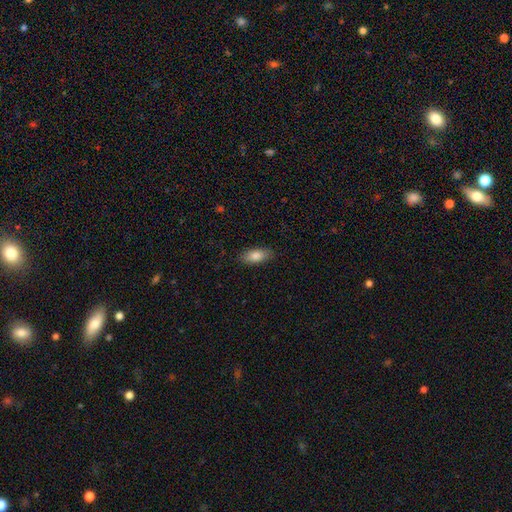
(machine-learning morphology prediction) Smooth or featured? Predicted: smooth (p=0.84). How rounded? Predicted: in between (p=0.85). Merging? Predicted: none (p=0.88).